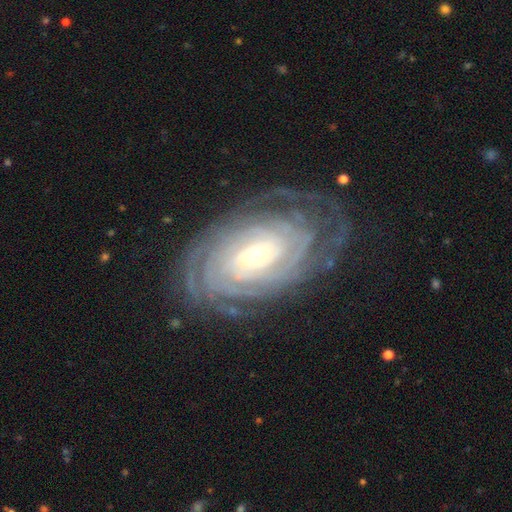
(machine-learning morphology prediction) smooth-or-featured: featured or disk: 89% | smooth: 6% | star or artifact: 5%
  disk-edge-on: no: 96% | yes: 4%
    bar: no: 52% | weak: 31% | strong: 17%
    has-spiral-arms: yes: 97% | no: 3%
      spiral-winding: tight: 86% | medium: 12% | loose: 2%
      spiral-arm-count: can't tell: 29% | more than 4: 26% | 4: 19% | 3: 10% | 2: 9% | 1: 7%
    bulge-size: small: 64% | moderate: 31% | large: 2% | dominant: 1% | none: 1%
  merging: none: 77% | minor disturbance: 15% | major disturbance: 6% | merger: 1%